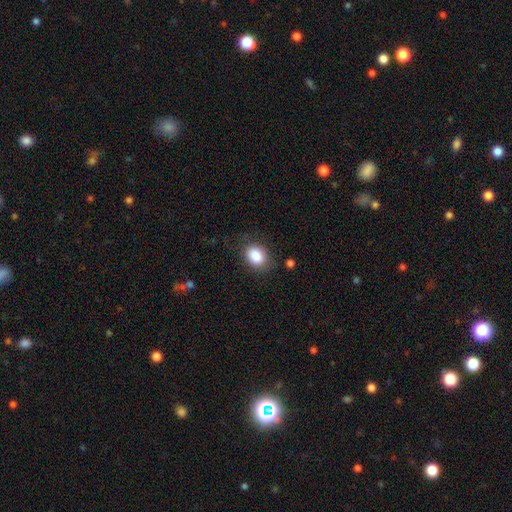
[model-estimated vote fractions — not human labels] smooth_or_featured: smooth (p=0.87) [alt: star or artifact p=0.08]
how_rounded: in between (p=0.59) [alt: round p=0.40]
merging: none (p=0.77) [alt: minor disturbance p=0.15]